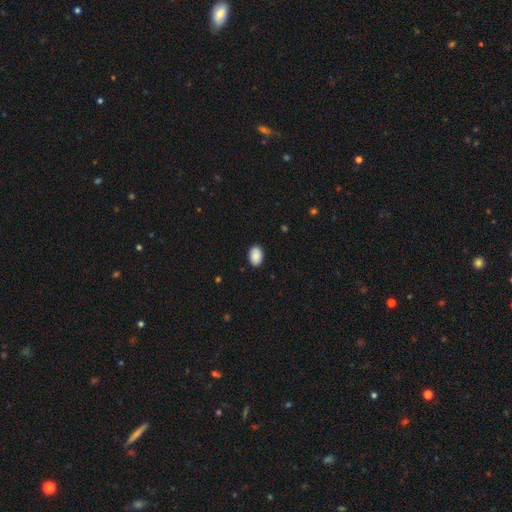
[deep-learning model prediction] A smooth galaxy with no disk features (90%) that is in between round and cigar-shaped (88%). Merging: none (89%).